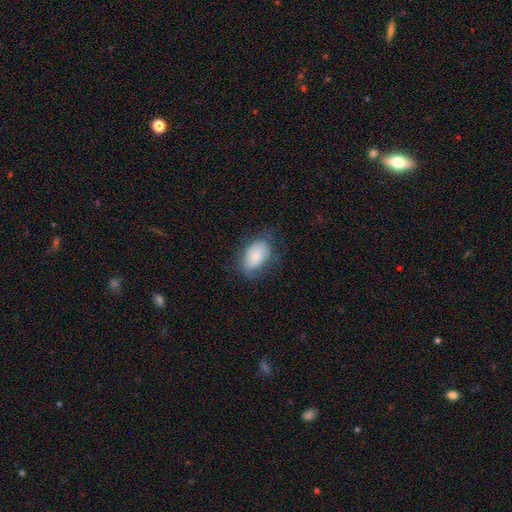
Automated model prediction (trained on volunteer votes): Overall: smooth (75%). How rounded: in between (89%). Merging: none (67%).